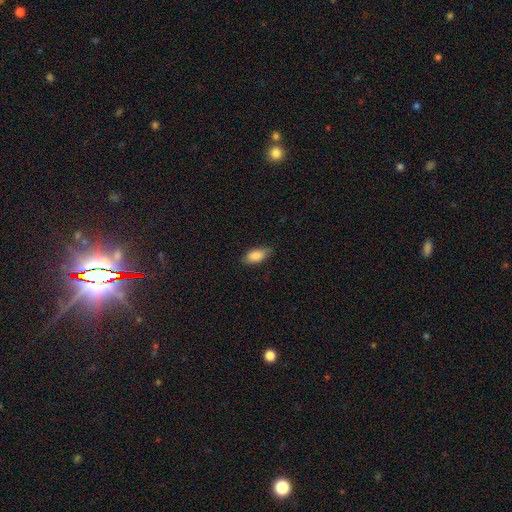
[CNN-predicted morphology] Q: Smooth or featured?
A: smooth (85%); runner-up: featured or disk (8%)
Q: How rounded?
A: in between (88%); runner-up: cigar-shaped (9%)
Q: Merging?
A: none (76%); runner-up: minor disturbance (20%)